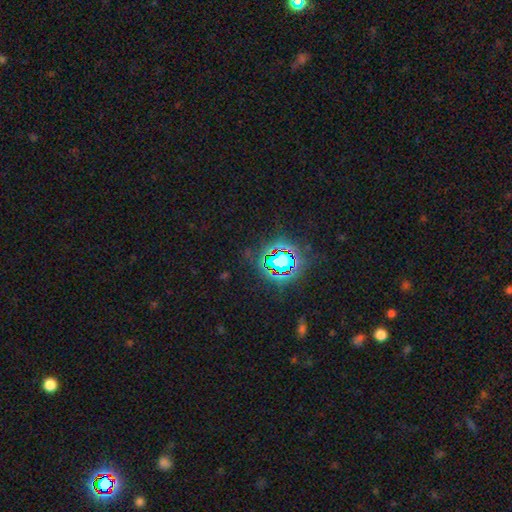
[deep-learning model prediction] Overall: star or artifact (82%).